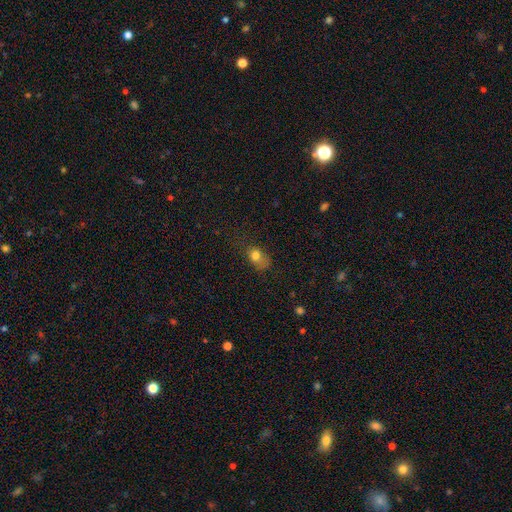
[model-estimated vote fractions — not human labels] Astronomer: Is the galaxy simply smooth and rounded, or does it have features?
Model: smooth — 76%.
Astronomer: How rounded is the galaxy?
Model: in between — 57% (runner-up: round, 41%).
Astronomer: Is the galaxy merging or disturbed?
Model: none — 37% (runner-up: minor disturbance, 32%).